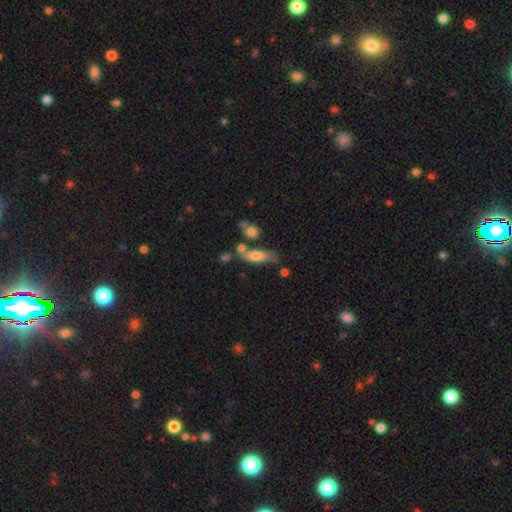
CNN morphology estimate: Overall: smooth (66%; featured or disk 27%). How rounded: in between (50%; cigar-shaped 46%). Merging: none (54%; minor disturbance 21%).